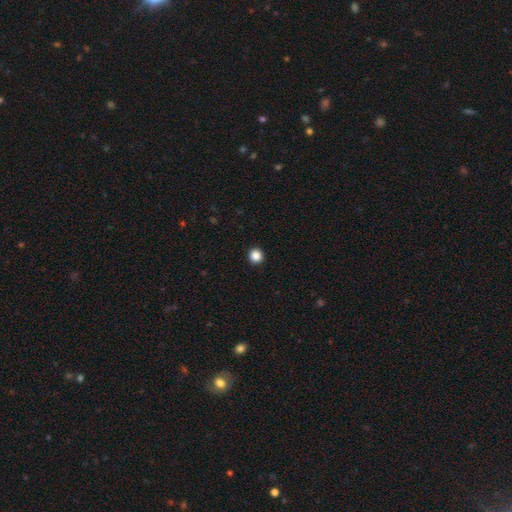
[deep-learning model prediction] Overall: smooth (86%). How rounded: round (95%). Merging: none (94%).